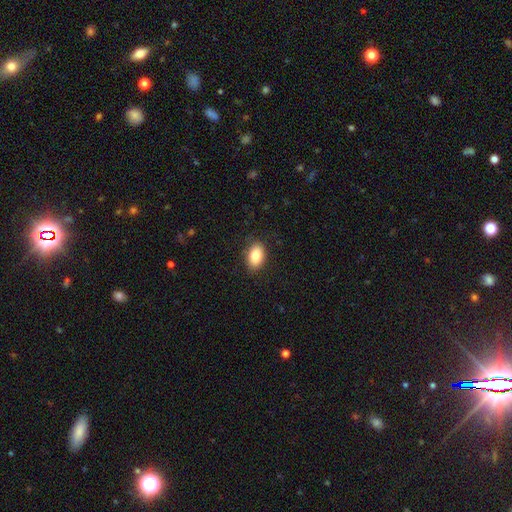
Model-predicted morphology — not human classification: Q: Smooth or featured?
A: smooth (83%); runner-up: featured or disk (9%)
Q: How rounded?
A: in between (88%); runner-up: round (10%)
Q: Merging?
A: none (87%); runner-up: minor disturbance (9%)